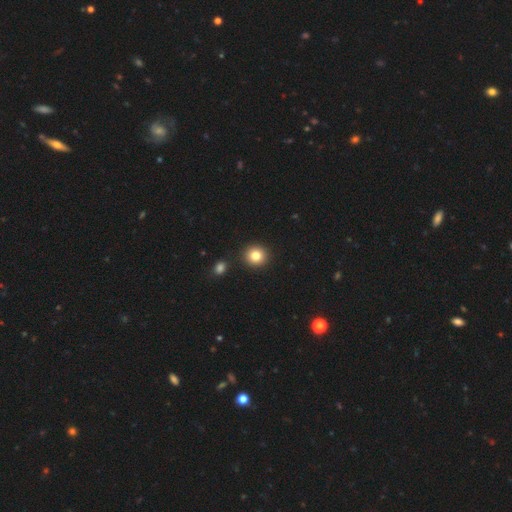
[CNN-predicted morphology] type=smooth (82%); roundness=round (90%); merging=none (89%).